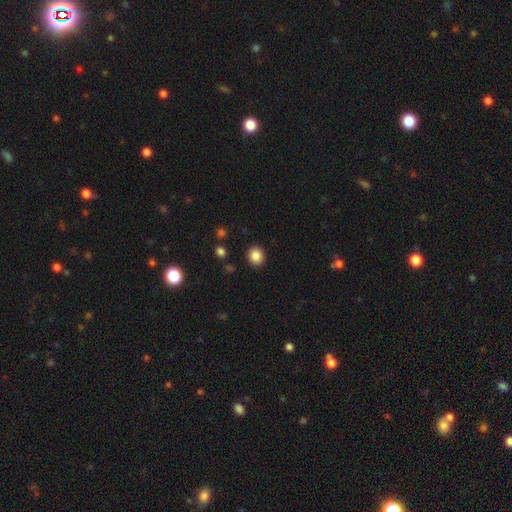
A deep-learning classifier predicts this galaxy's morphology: The model was most divided on "how rounded": round: 82%, in between: 17%, cigar-shaped: 1%. More confident: merging — none (90%); smooth or featured — smooth (85%).